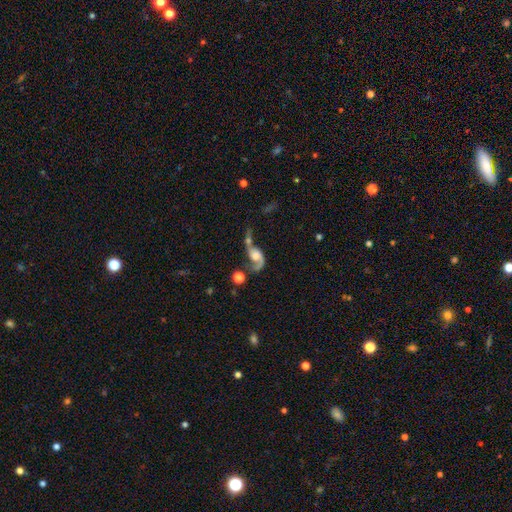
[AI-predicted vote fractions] smooth_or_featured: featured or disk (p=0.73) [alt: smooth p=0.18]
disk_edge_on: no (p=0.96) [alt: yes p=0.04]
bar: no (p=0.67) [alt: weak p=0.26]
has_spiral_arms: yes (p=0.90) [alt: no p=0.10]
spiral_winding: loose (p=0.69) [alt: medium p=0.24]
spiral_arm_count: 2 (p=0.54) [alt: 1 p=0.40]
bulge_size: moderate (p=0.38) [alt: large p=0.27]
merging: merger (p=0.42) [alt: major disturbance p=0.25]